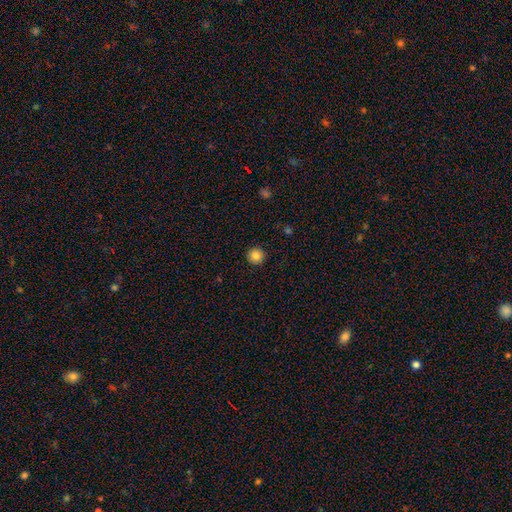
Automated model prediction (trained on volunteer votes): This is clearly a smooth galaxy (84%). How rounded: clearly round (96%). Merging: clearly none (92%).